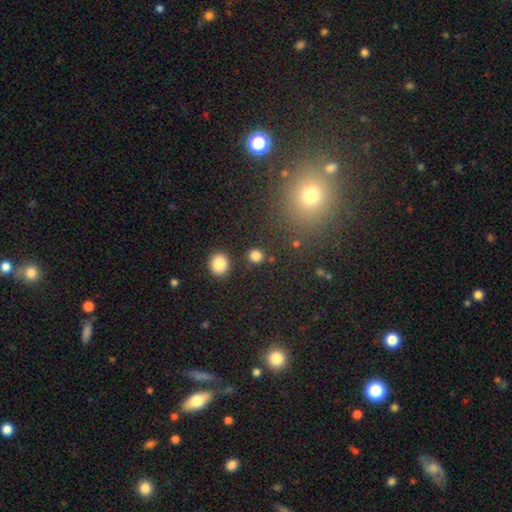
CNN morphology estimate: smooth-or-featured: smooth: 83% | star or artifact: 13% | featured or disk: 4%
  how-rounded: round: 85% | in between: 14% | cigar-shaped: 1%
  merging: none: 85% | minor disturbance: 7% | merger: 5% | major disturbance: 3%